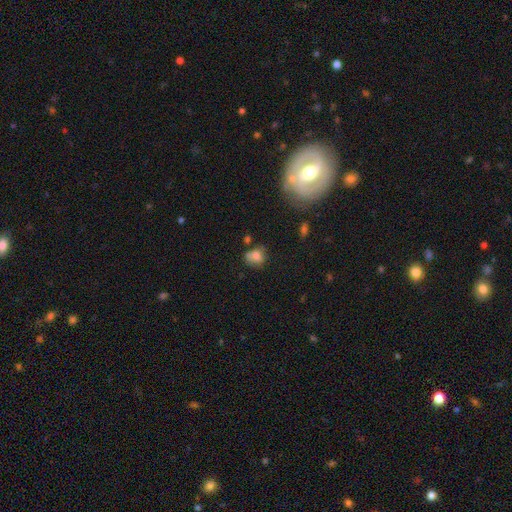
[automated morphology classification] Smooth or featured? Predicted: smooth (p=0.65). How rounded? Predicted: round (p=0.53). Merging? Predicted: none (p=0.46).